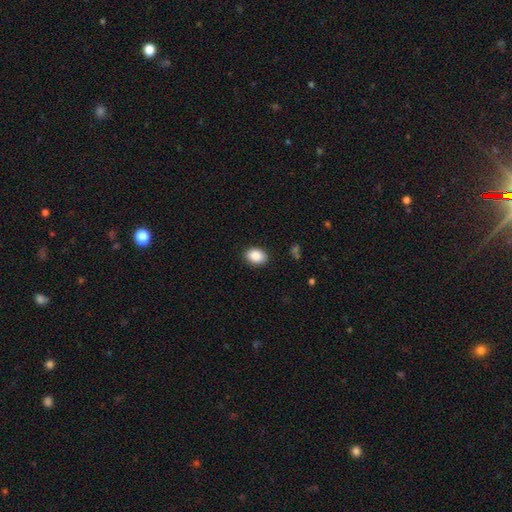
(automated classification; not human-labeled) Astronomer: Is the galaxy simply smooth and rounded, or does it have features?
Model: smooth — 89%.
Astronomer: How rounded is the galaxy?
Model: in between — 78%.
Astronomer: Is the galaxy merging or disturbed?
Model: none — 88%.